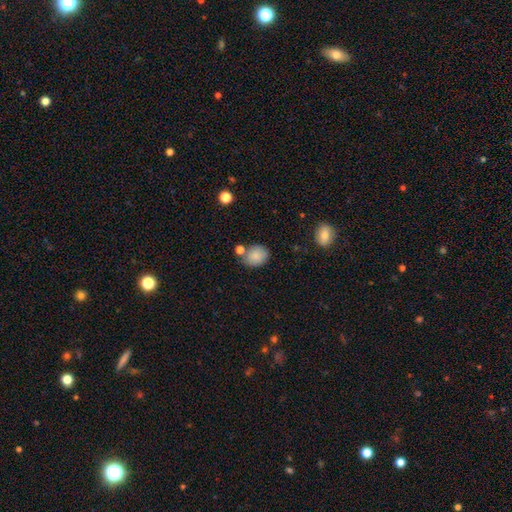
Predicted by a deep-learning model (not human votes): Overall: smooth (84%). How rounded: round (61%; in between 38%). Merging: none (68%).